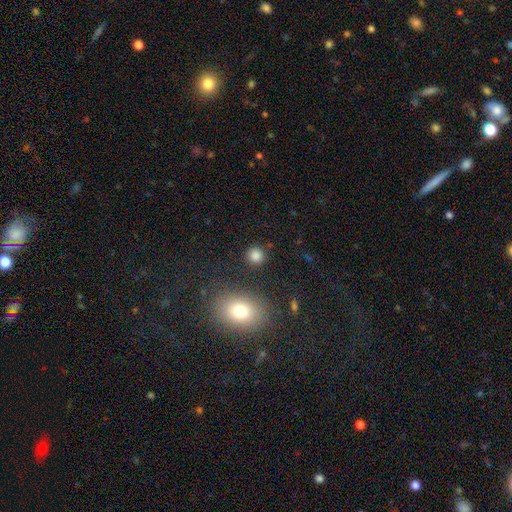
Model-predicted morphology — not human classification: Smooth or featured: smooth — 84% (star or artifact — 12%)
How rounded: round — 90% (in between — 9%)
Merging: none — 88% (minor disturbance — 6%)